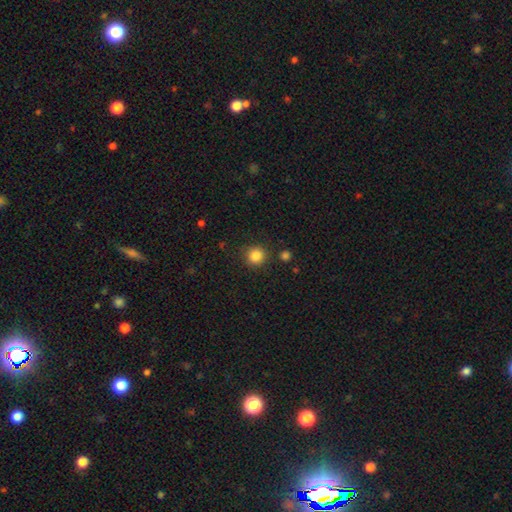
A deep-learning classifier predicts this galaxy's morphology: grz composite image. It shows a smooth galaxy with no disk features (85%) that is round (92%). Merging: none (86%).